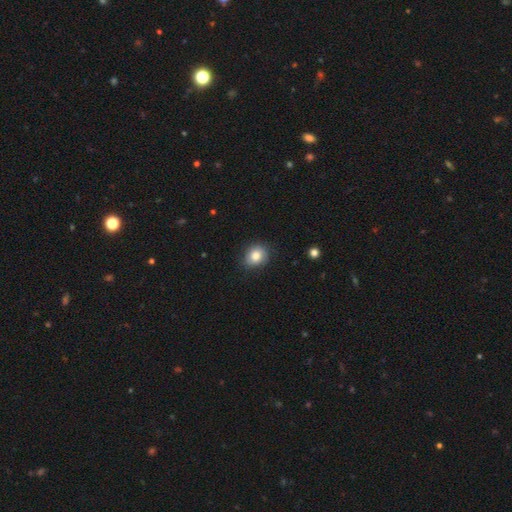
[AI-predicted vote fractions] Overall: smooth (84%). How rounded: round (55%; in between 44%). Merging: none (80%).